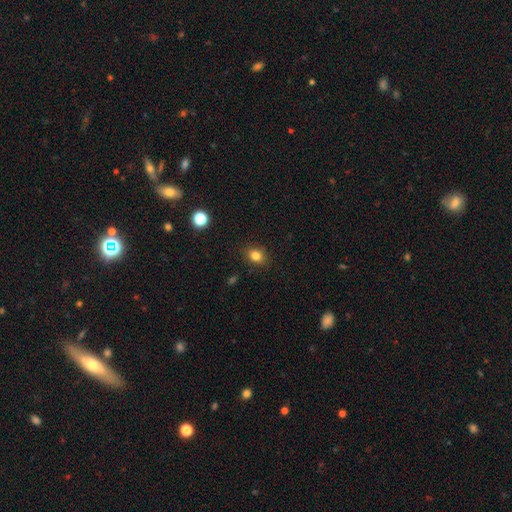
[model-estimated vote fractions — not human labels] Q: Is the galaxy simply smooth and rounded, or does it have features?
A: smooth — 82%.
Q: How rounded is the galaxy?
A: round — 52%.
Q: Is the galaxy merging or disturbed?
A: none — 88%.